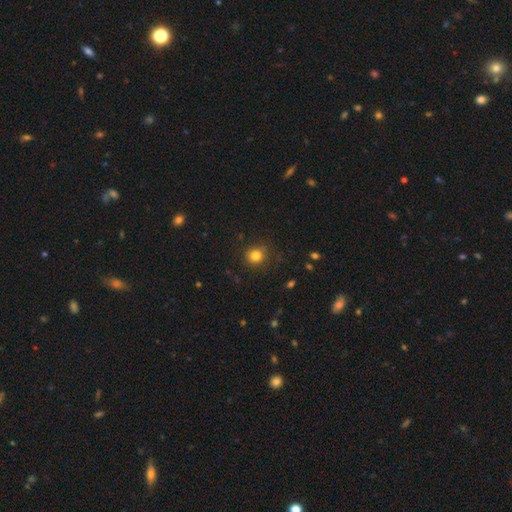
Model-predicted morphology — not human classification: Smooth or featured? Predicted: smooth (p=0.81). How rounded? Predicted: round (p=0.89). Merging? Predicted: none (p=0.85).